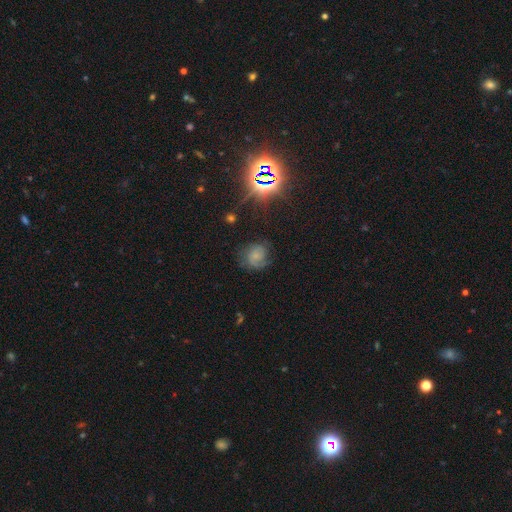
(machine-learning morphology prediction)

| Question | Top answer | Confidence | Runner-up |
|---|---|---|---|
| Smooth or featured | featured or disk | 46% | smooth (38%) |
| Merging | none | 60% | minor disturbance (23%) |